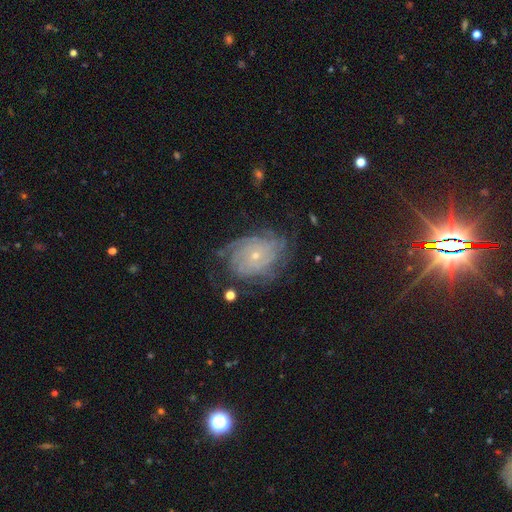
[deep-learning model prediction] featured or disk 84%, smooth 9%, star or artifact 8%. Down the decision tree: edge-on disk — no (97%); bar — no (78%); spiral arms — yes (95%); spiral arm count — can't tell (36%); spiral winding — tight (77%); bulge size — small (79%); merging — none (69%).